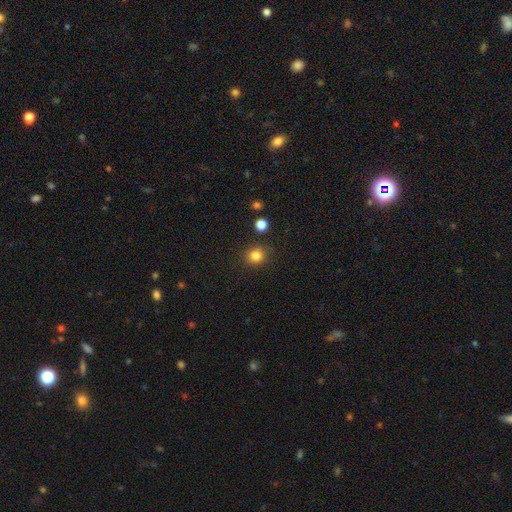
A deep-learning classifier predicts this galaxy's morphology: A smooth galaxy with no disk features (83%) that is round (86%).

Vote fractions:
- Smooth or featured? smooth: 83% / star or artifact: 12% / featured or disk: 5%
- How rounded? round: 86% / in between: 13% / cigar-shaped: 1%
- Merging? none: 86% / minor disturbance: 8% / merger: 3% / major disturbance: 2%